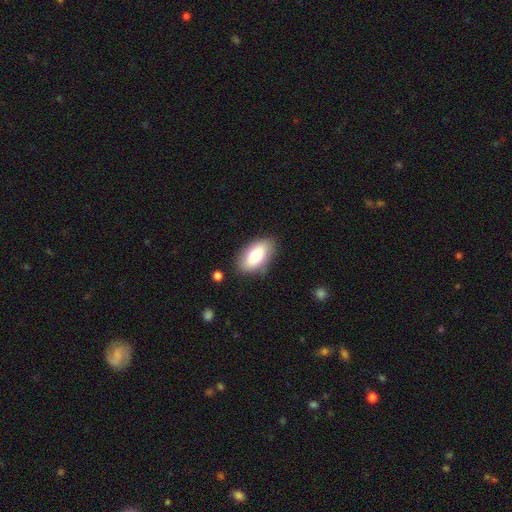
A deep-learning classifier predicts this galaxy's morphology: smooth_or_featured: smooth (p=0.79) [alt: featured or disk p=0.15]
how_rounded: in between (p=0.92) [alt: cigar-shaped p=0.04]
merging: none (p=0.82) [alt: minor disturbance p=0.13]